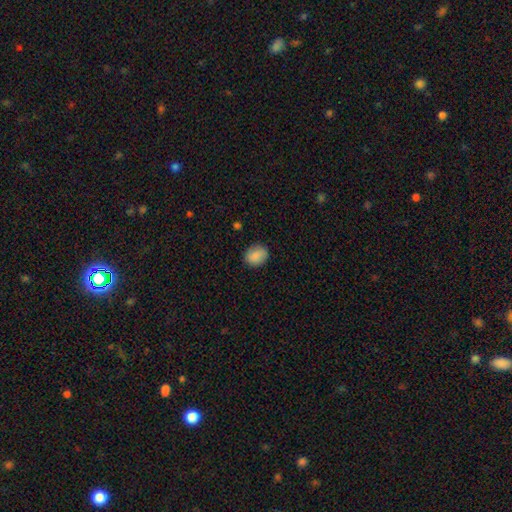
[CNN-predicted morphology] Q: Smooth or featured?
A: smooth (88%); runner-up: star or artifact (7%)
Q: How rounded?
A: round (57%); runner-up: in between (42%)
Q: Merging?
A: none (86%); runner-up: minor disturbance (10%)